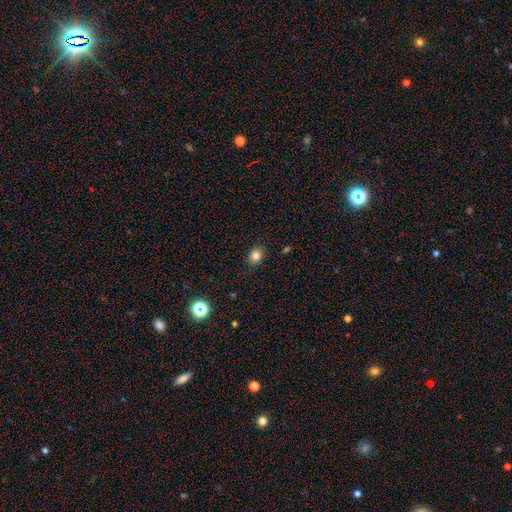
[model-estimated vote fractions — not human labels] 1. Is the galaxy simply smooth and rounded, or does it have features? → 82% smooth, 12% star or artifact, 6% featured or disk.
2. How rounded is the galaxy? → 56% in between, 43% round, 1% cigar-shaped.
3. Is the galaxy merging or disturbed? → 86% none, 10% minor disturbance, 2% major disturbance, 1% merger.